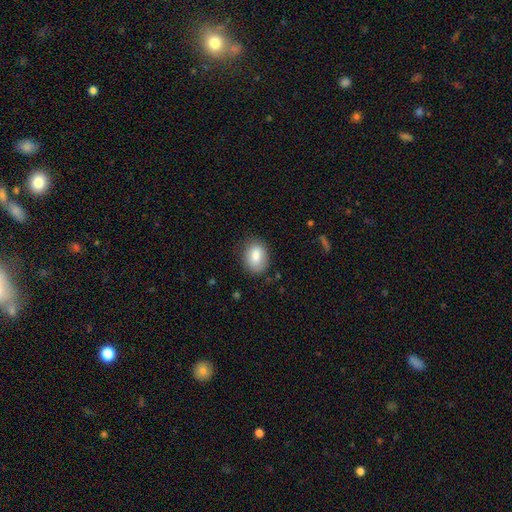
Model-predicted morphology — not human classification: Smooth or featured?
  - smooth: 82% *
  - featured or disk: 10%
  - star or artifact: 8%
How rounded?
  - in between: 77% *
  - round: 22%
  - cigar-shaped: 1%
Merging?
  - none: 78% *
  - minor disturbance: 17%
  - major disturbance: 4%
  - merger: 2%